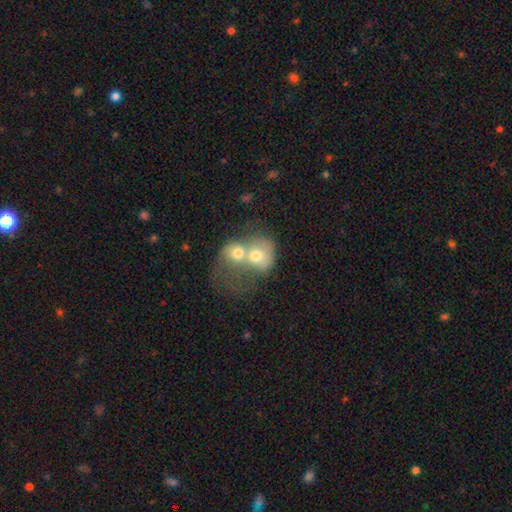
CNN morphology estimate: This appears to be a smooth galaxy with no disk features (61%) that is round (60%). Merging: merger (79%).